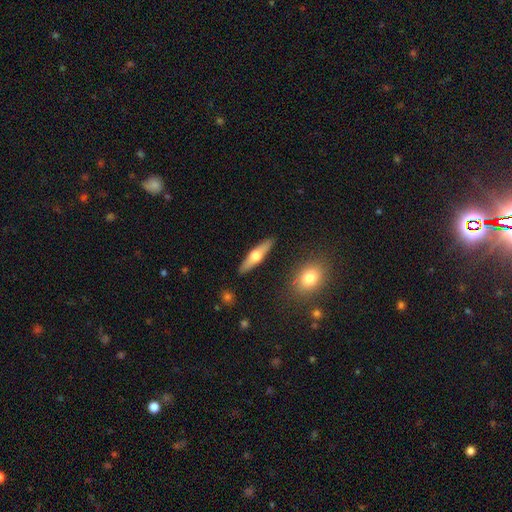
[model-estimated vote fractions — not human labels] A featured or disk galaxy (51%) viewed edge-on (90%). Merging: none (89%).